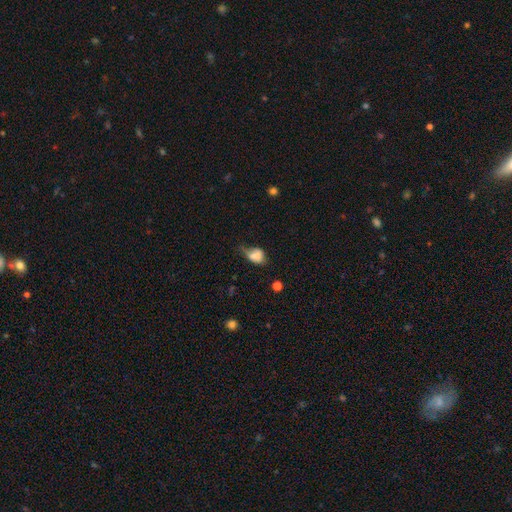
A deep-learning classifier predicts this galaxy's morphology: smooth 66%, featured or disk 22%, star or artifact 12%. Down the decision tree: how rounded — in between (74%); merging — minor disturbance (32%).